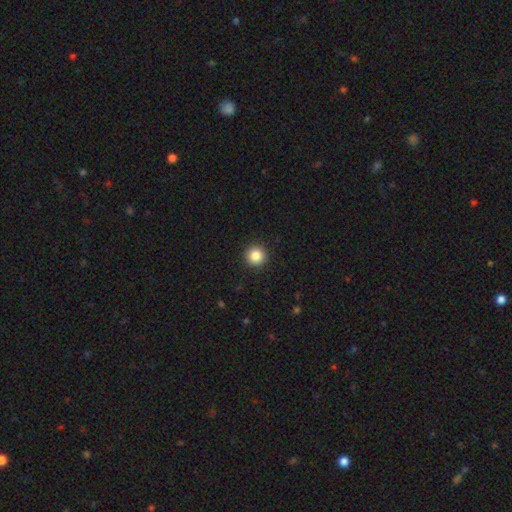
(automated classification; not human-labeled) A smooth galaxy with no disk features (86%) that is round (96%). Merging: none (93%).